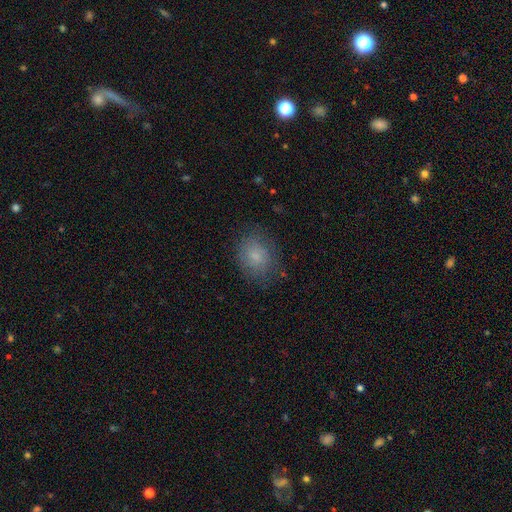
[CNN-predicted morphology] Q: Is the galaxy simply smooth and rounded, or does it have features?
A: smooth — 75%.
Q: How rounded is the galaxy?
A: round — 51%.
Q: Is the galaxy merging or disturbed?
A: none — 74%.